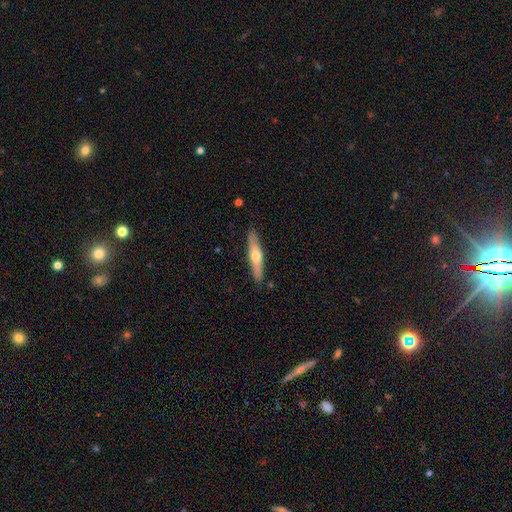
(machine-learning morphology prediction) type=featured or disk (54%); edge-on=yes (93%); merging=none (89%).